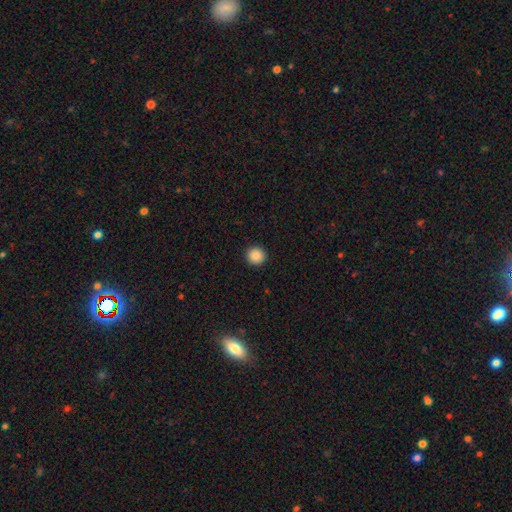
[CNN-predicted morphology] Smooth or featured? smooth (88%)
How rounded? round (94%)
Merging? none (93%)